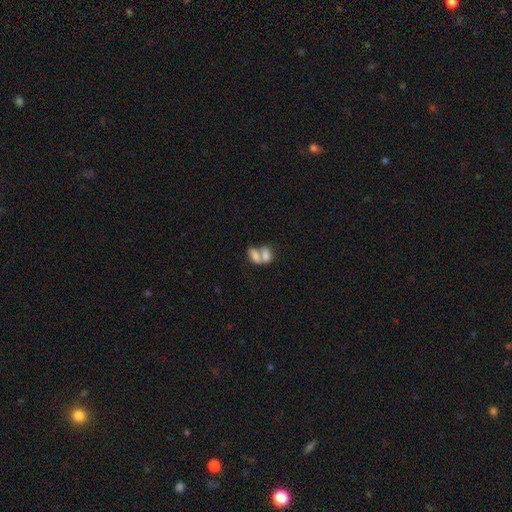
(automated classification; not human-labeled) smooth_or_featured: smooth (p=0.74) [alt: featured or disk p=0.17]
how_rounded: in between (p=0.86) [alt: round p=0.11]
merging: merger (p=0.72) [alt: none p=0.17]